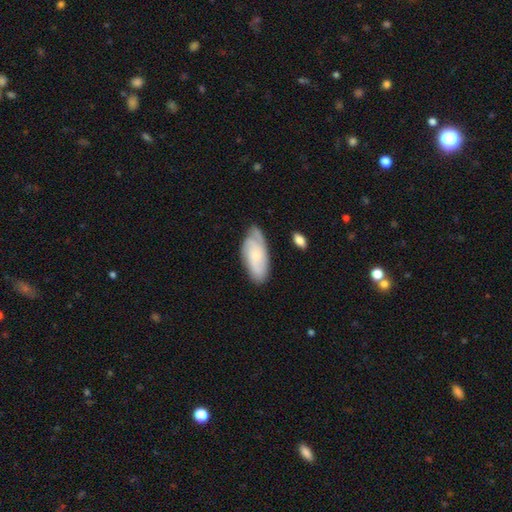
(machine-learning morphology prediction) A featured or disk galaxy (54%). Merging: none (68%).